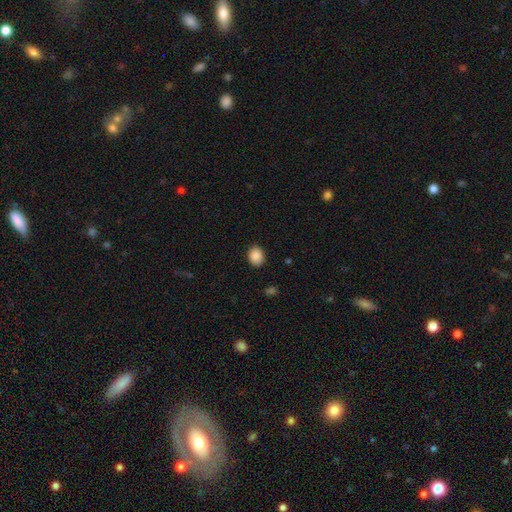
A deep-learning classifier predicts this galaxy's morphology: A smooth galaxy with no disk features (89%) that is in between round and cigar-shaped (55%).

Vote fractions:
- Smooth or featured? smooth: 89% / star or artifact: 8% / featured or disk: 3%
- How rounded? in between: 55% / round: 45% / cigar-shaped: 1%
- Merging? none: 88% / minor disturbance: 9% / major disturbance: 2% / merger: 1%